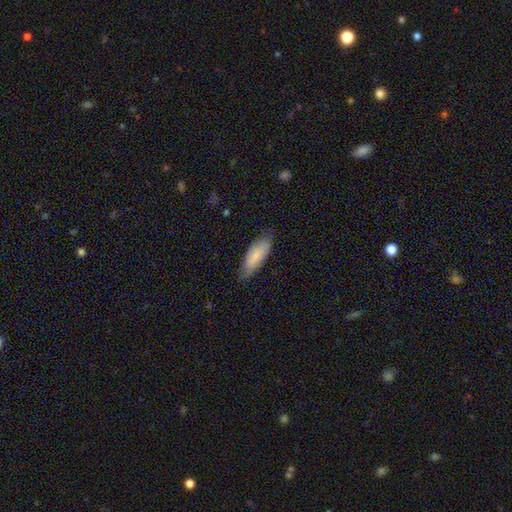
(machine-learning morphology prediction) smooth-or-featured: smooth: 78% | featured or disk: 16% | star or artifact: 6%
  how-rounded: in between: 68% | cigar-shaped: 31% | round: 1%
  merging: none: 72% | minor disturbance: 23% | major disturbance: 4% | merger: 1%